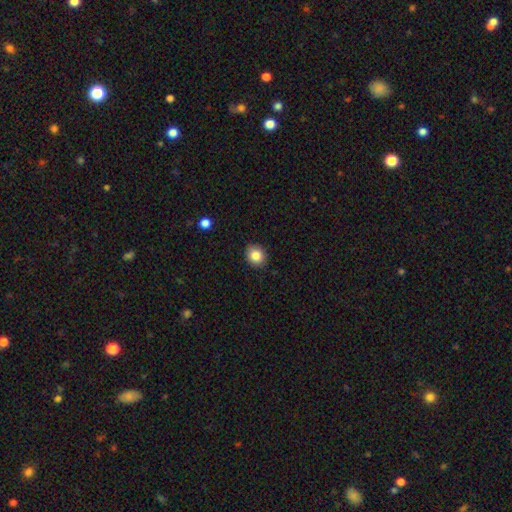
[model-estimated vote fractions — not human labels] Morphology: type=smooth (84%); roundness=round (76%); merging=none (88%).